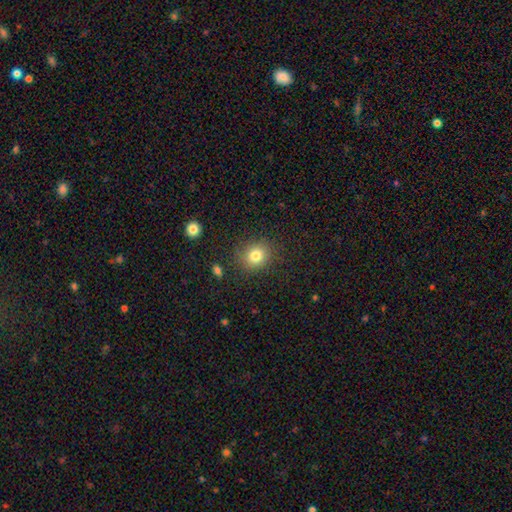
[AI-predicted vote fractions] A smooth galaxy with no disk features (81%) that is round (76%). Merging: none (83%).